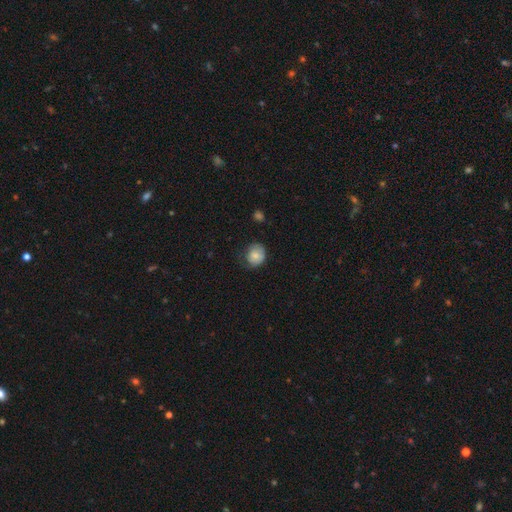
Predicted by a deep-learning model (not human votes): smooth-or-featured: smooth: 78% | featured or disk: 14% | star or artifact: 8%
  how-rounded: round: 72% | in between: 28% | cigar-shaped: 1%
  merging: none: 58% | minor disturbance: 30% | major disturbance: 10% | merger: 1%